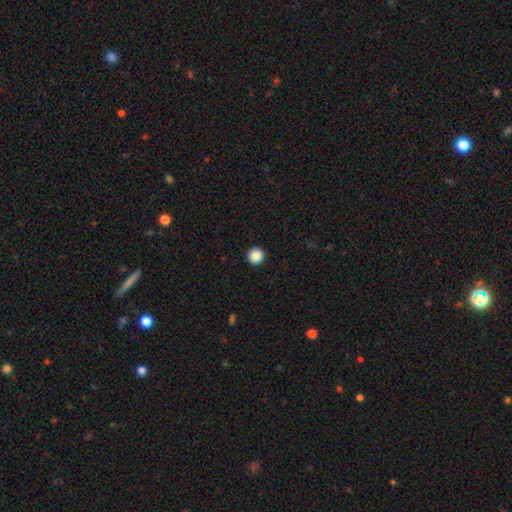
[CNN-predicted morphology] The model was most divided on "smooth or featured": smooth: 89%, star or artifact: 9%, featured or disk: 3%. More confident: how rounded — round (95%); merging — none (94%).